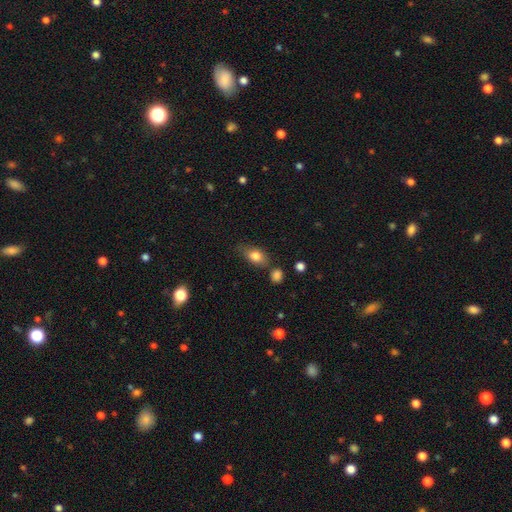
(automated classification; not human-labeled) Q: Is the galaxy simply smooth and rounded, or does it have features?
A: smooth — 80%.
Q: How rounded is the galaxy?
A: in between — 81%.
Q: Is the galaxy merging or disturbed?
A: none — 66%.